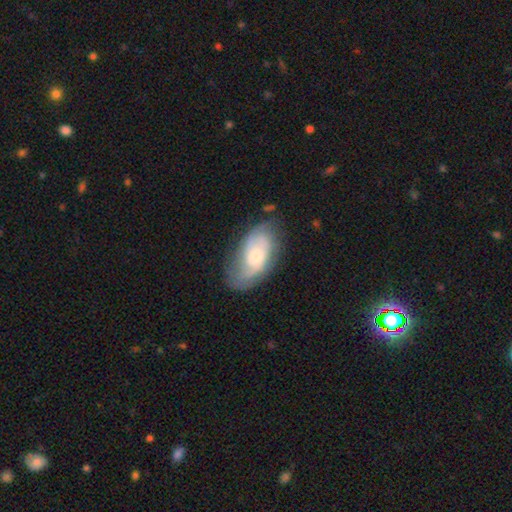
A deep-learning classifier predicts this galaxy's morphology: A featured or disk galaxy (64%) with no bar (67%), 2 (47%) tight (40%) spiral arms (86%) and a small central bulge (46%).

Vote fractions:
- Smooth or featured? featured or disk: 64% / smooth: 30% / star or artifact: 6%
- Edge-on disk? no: 94% / yes: 6%
- Bar? no: 67% / weak: 28% / strong: 5%
- Spiral arms? yes: 86% / no: 14%
- Spiral winding? tight: 40% / medium: 39% / loose: 21%
- Spiral arm count? 2: 47% / can't tell: 32% / 1: 8% / 3: 7% / 4: 2% / more than 4: 2%
- Bulge size? small: 46% / moderate: 44% / large: 6% / none: 3% / dominant: 1%
- Merging? none: 65% / minor disturbance: 24% / major disturbance: 10% / merger: 2%